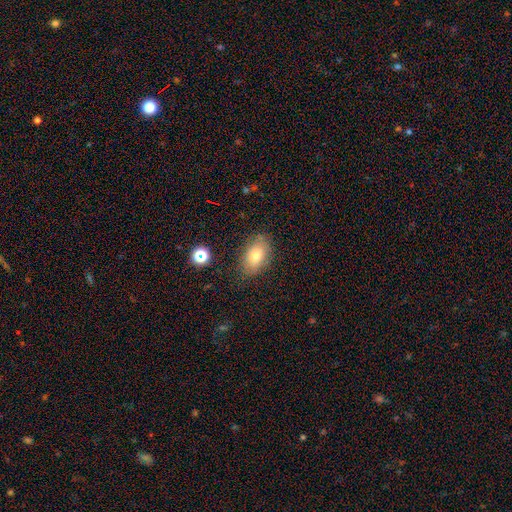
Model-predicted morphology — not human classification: The model was most divided on "smooth or featured": smooth: 76%, featured or disk: 14%, star or artifact: 10%. More confident: how rounded — in between (89%); merging — none (80%).